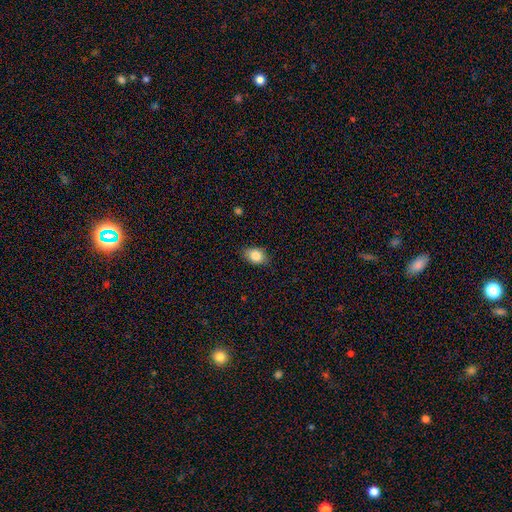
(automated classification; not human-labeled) Smooth or featured?
  - smooth: 86% *
  - star or artifact: 8%
  - featured or disk: 6%
How rounded?
  - in between: 77% *
  - round: 21%
  - cigar-shaped: 1%
Merging?
  - none: 82% *
  - minor disturbance: 14%
  - major disturbance: 3%
  - merger: 1%